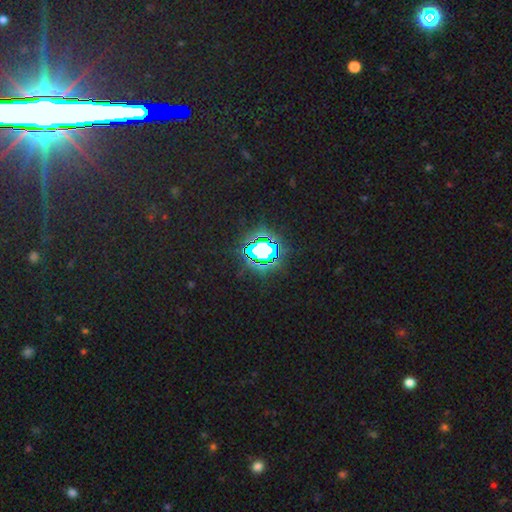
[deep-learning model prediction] This appears to be a star or artifact, not a galaxy (82%).